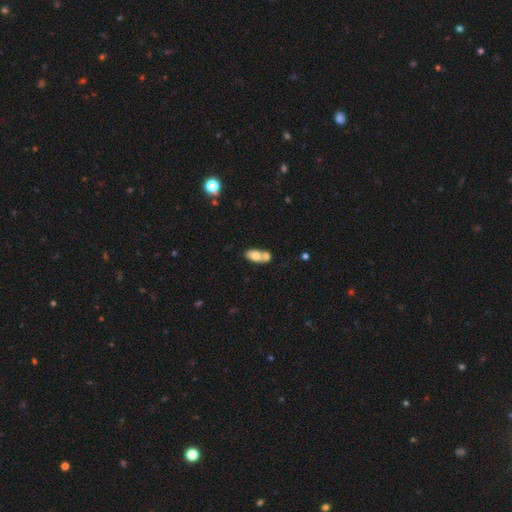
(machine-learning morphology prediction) smooth-or-featured: smooth: 74% | featured or disk: 19% | star or artifact: 8%
  how-rounded: in between: 86% | round: 10% | cigar-shaped: 4%
  merging: merger: 60% | none: 28% | minor disturbance: 9% | major disturbance: 4%